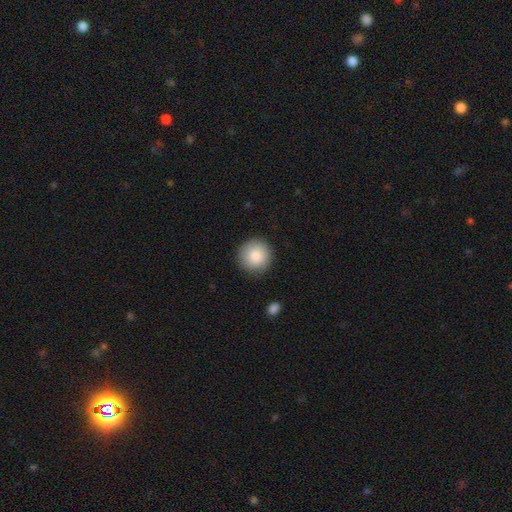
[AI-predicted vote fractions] smooth_or_featured: smooth (p=0.85) [alt: featured or disk p=0.07]
how_rounded: round (p=0.95) [alt: in between p=0.04]
merging: none (p=0.90) [alt: minor disturbance p=0.07]